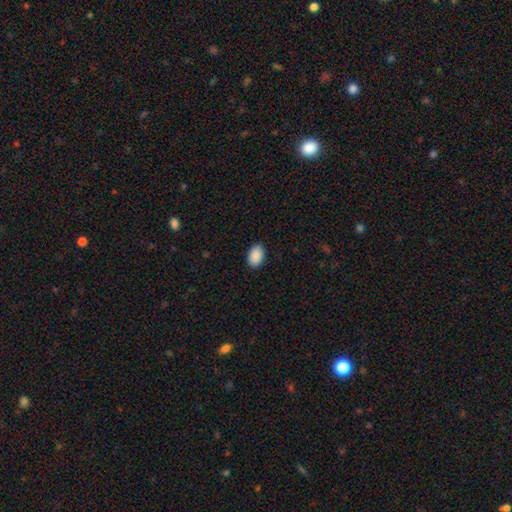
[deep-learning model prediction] This is clearly a smooth galaxy (91%). How rounded: clearly in between (91%). Merging: clearly none (89%).